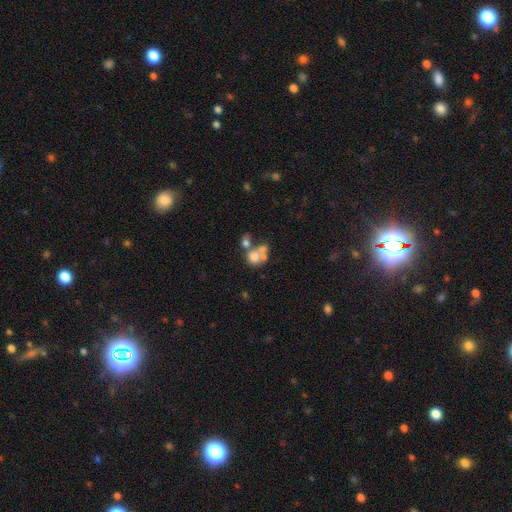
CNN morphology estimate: Q: Smooth or featured?
A: smooth (59%); runner-up: featured or disk (27%)
Q: How rounded?
A: round (68%); runner-up: in between (31%)
Q: Merging?
A: merger (57%); runner-up: none (27%)